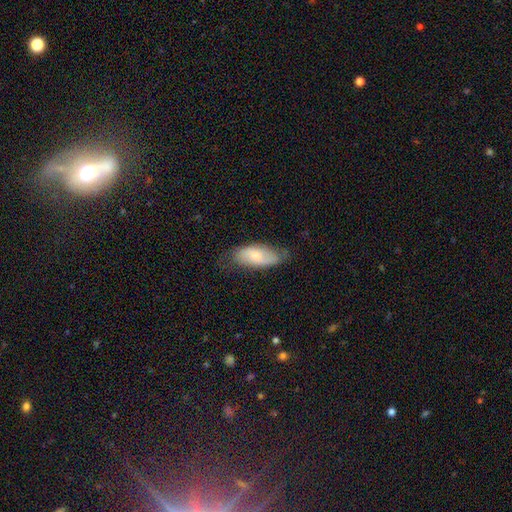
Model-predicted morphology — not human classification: The model was most divided on "smooth or featured": smooth: 57%, featured or disk: 36%, star or artifact: 6%. More confident: how rounded — in between (87%); merging — none (65%).